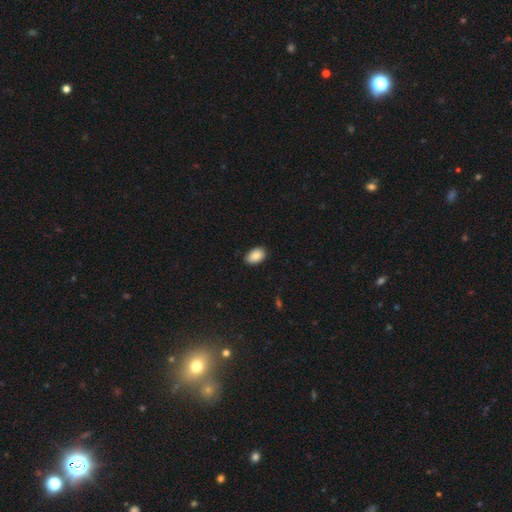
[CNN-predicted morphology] A smooth galaxy with no disk features (87%) that is in between round and cigar-shaped (90%). Merging: none (86%).